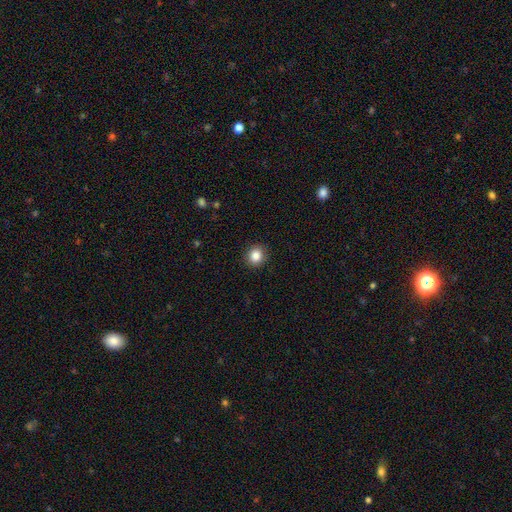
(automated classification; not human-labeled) This is clearly a smooth galaxy (85%). How rounded: clearly round (87%). Merging: clearly none (92%).